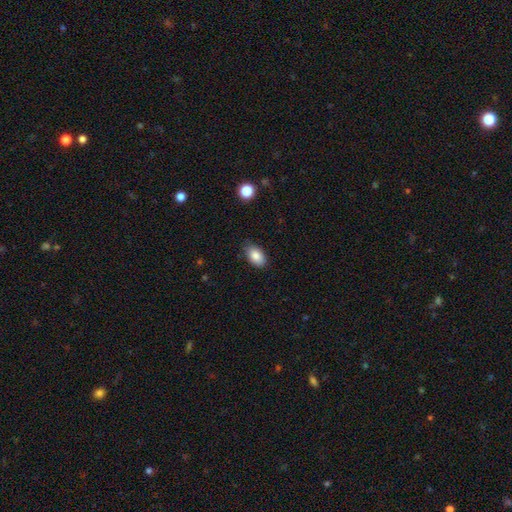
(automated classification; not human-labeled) A smooth galaxy with no disk features (84%) that is in between round and cigar-shaped (92%).

Vote fractions:
- Smooth or featured? smooth: 84% / featured or disk: 8% / star or artifact: 8%
- How rounded? in between: 92% / round: 6% / cigar-shaped: 2%
- Merging? none: 82% / minor disturbance: 14% / major disturbance: 2% / merger: 1%